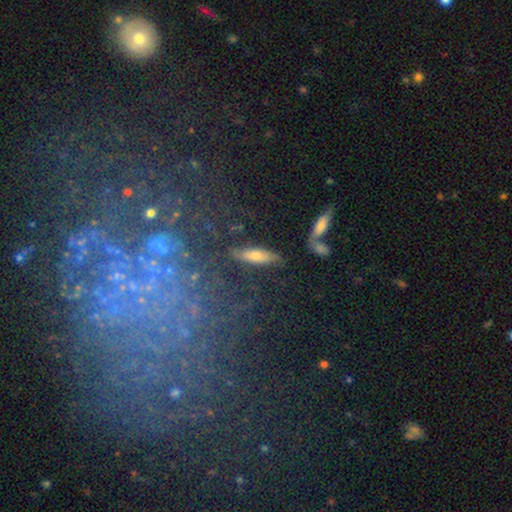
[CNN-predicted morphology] smooth-or-featured: smooth: 55% | featured or disk: 33% | star or artifact: 12%
  how-rounded: cigar-shaped: 63% | in between: 33% | round: 4%
  merging: none: 81% | minor disturbance: 12% | major disturbance: 4% | merger: 3%